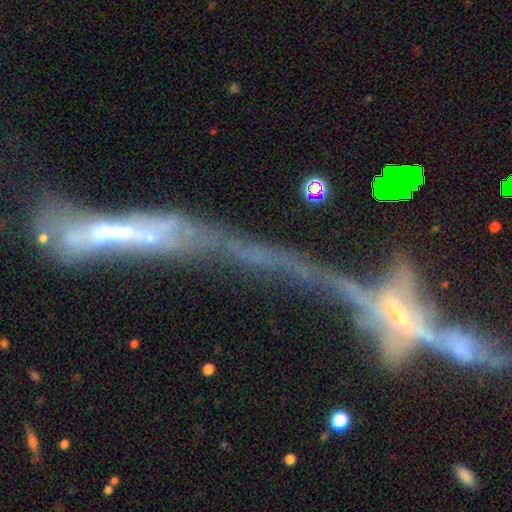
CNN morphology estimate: The model was most divided on "merging": merger: 49%, major disturbance: 25%, none: 16%, minor disturbance: 10%. More confident: edge-on disk — yes (68%); smooth or featured — featured or disk (66%).